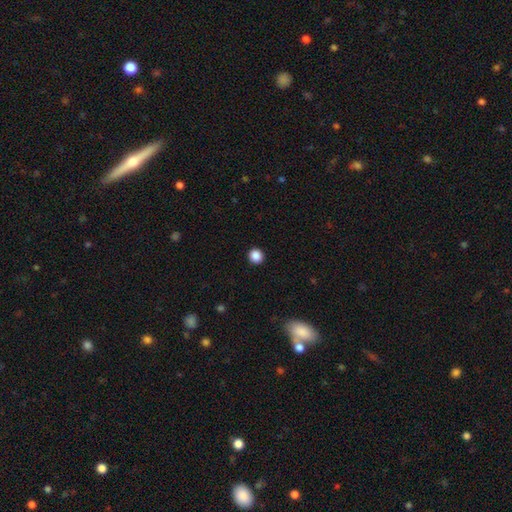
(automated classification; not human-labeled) Q: Smooth or featured?
A: smooth (87%); runner-up: star or artifact (10%)
Q: How rounded?
A: round (92%); runner-up: in between (7%)
Q: Merging?
A: none (93%); runner-up: minor disturbance (5%)